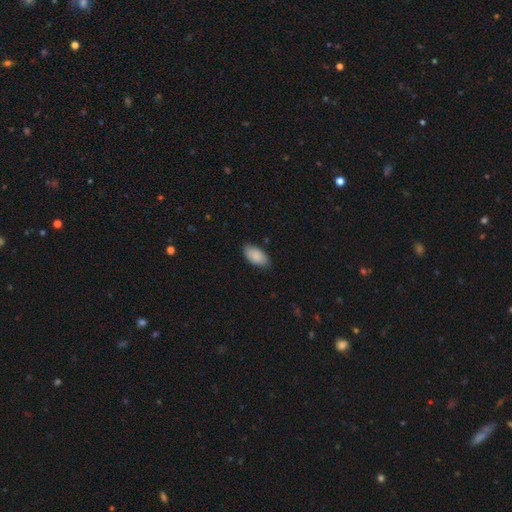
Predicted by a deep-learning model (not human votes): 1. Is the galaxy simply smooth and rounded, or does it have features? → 87% smooth, 7% featured or disk, 6% star or artifact.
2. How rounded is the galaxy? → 95% in between, 3% round, 3% cigar-shaped.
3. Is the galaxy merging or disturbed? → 80% none, 17% minor disturbance, 3% major disturbance, 1% merger.